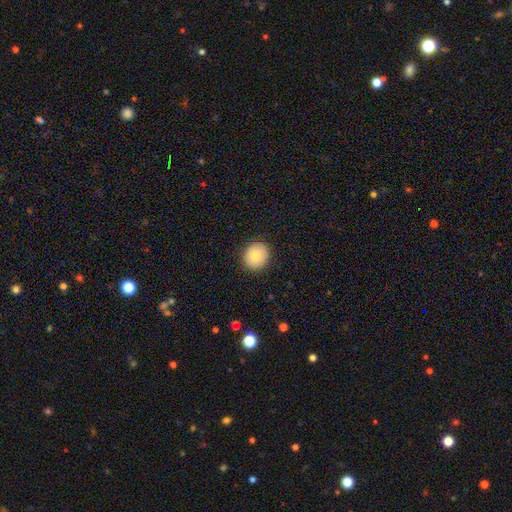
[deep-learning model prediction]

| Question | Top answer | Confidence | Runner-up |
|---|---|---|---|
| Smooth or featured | smooth | 82% | featured or disk (10%) |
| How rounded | round | 81% | in between (19%) |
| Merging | none | 90% | minor disturbance (8%) |